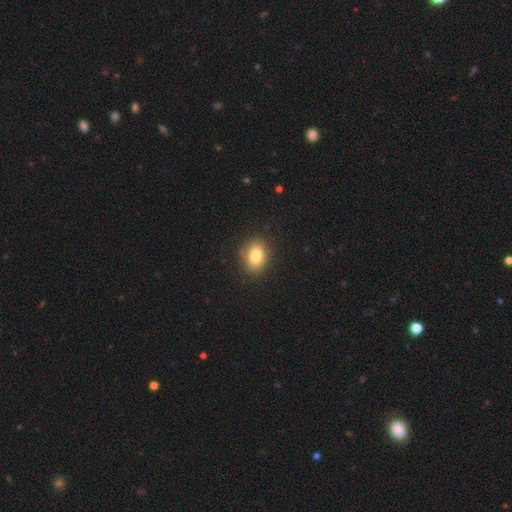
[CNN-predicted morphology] This is clearly a smooth galaxy (81%). How rounded: likely in between (62%). Merging: clearly none (85%).